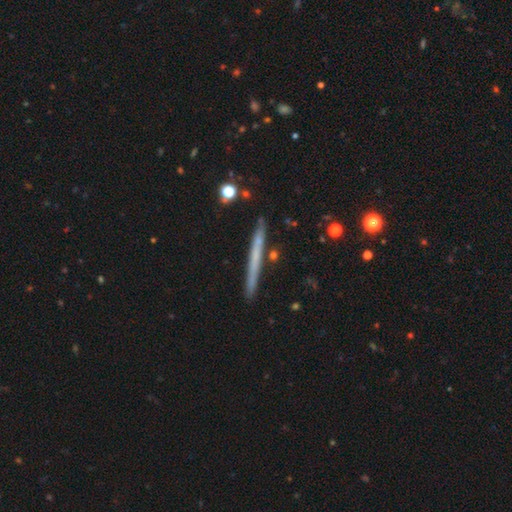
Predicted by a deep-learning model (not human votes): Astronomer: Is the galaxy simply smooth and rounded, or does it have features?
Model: featured or disk — 47% (runner-up: smooth, 46%).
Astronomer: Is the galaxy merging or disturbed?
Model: none — 89%.